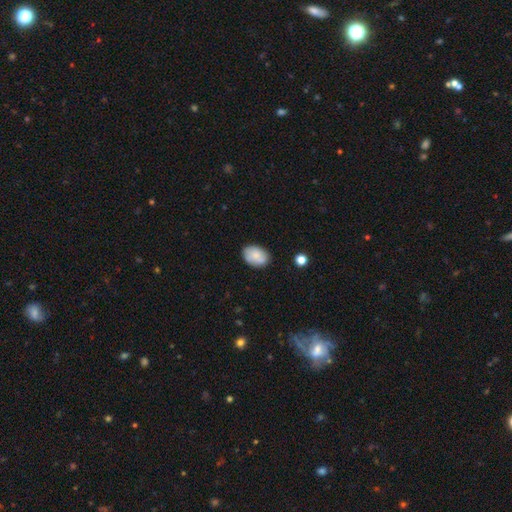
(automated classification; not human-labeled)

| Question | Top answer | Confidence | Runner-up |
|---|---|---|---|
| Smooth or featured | smooth | 73% | featured or disk (19%) |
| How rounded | in between | 83% | round (16%) |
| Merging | none | 77% | minor disturbance (17%) |